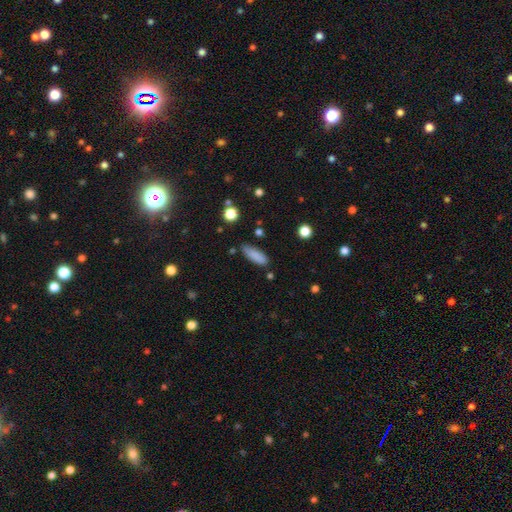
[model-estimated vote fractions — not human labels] smooth_or_featured: smooth (p=0.86) [alt: star or artifact p=0.08]
how_rounded: in between (p=0.56) [alt: cigar-shaped p=0.42]
merging: none (p=0.78) [alt: minor disturbance p=0.16]